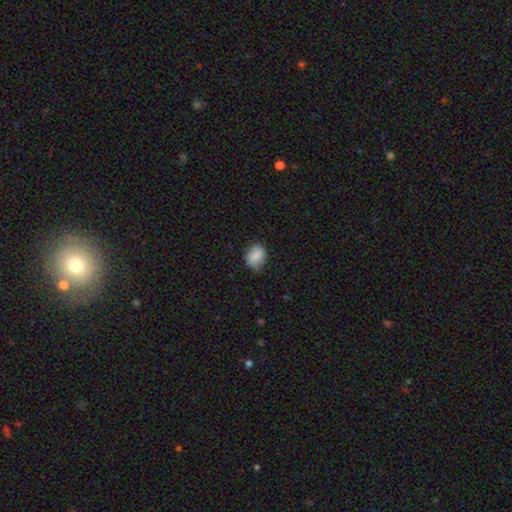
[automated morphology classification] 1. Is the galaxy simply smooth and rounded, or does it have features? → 86% smooth, 8% star or artifact, 6% featured or disk.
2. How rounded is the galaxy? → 51% in between, 48% round, 1% cigar-shaped.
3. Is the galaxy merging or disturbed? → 68% none, 27% minor disturbance, 4% major disturbance, 1% merger.